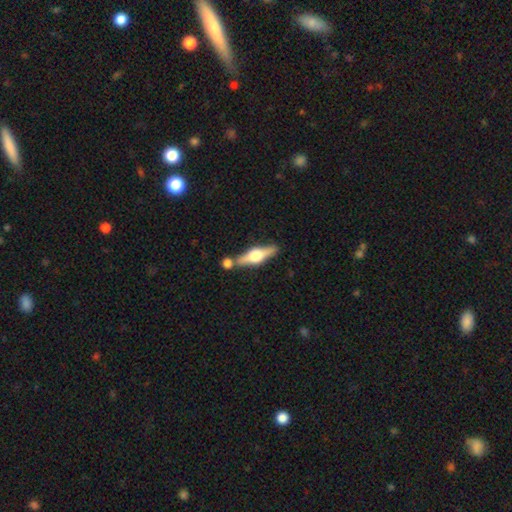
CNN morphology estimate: Smooth or featured: featured or disk — 67% (smooth — 27%)
Edge-on disk: yes — 95% (no — 5%)
Edge-on bulge: rounded — 94% (boxy — 5%)
Merging: none — 72% (merger — 15%)